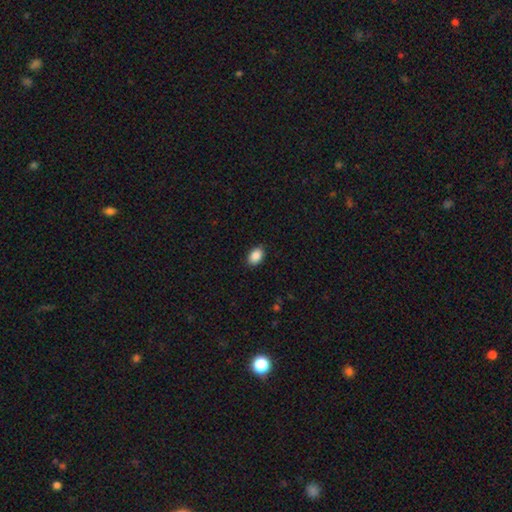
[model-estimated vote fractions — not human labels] Smooth or featured? smooth (89%)
How rounded? in between (88%)
Merging? none (89%)